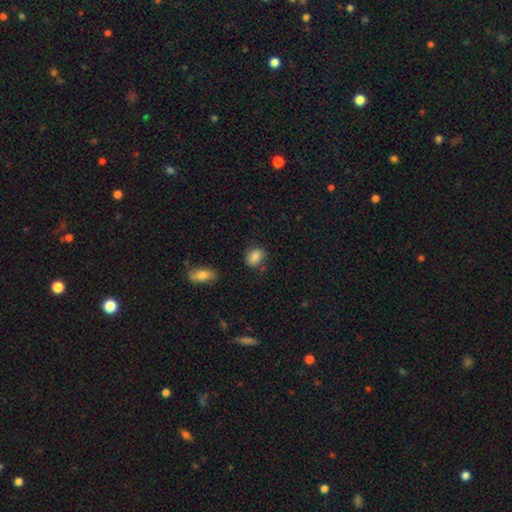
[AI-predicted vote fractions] This appears to be a smooth galaxy with no disk features (86%) that is in between round and cigar-shaped (65%). Merging: none (71%).